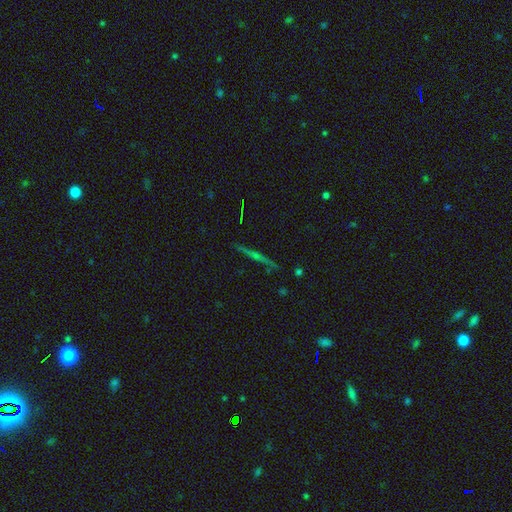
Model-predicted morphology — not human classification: smooth-or-featured: featured or disk: 70% | smooth: 17% | star or artifact: 13%
  disk-edge-on: yes: 97% | no: 3%
    edge-on-bulge: rounded: 65% | none: 27% | boxy: 9%
  merging: none: 90% | minor disturbance: 7% | major disturbance: 2% | merger: 2%